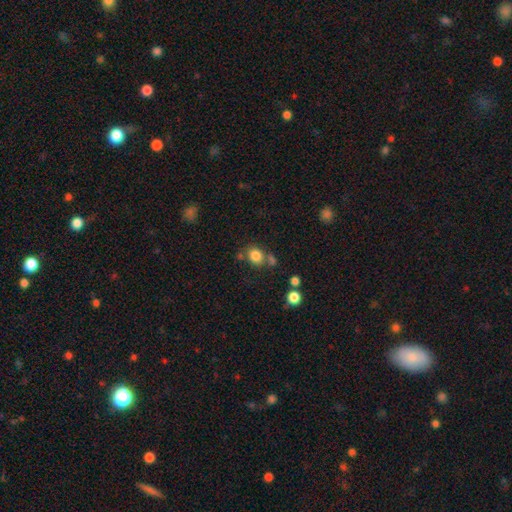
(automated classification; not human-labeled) This is clearly a smooth galaxy (82%). How rounded: likely round (65%). Merging: likely none (65%).